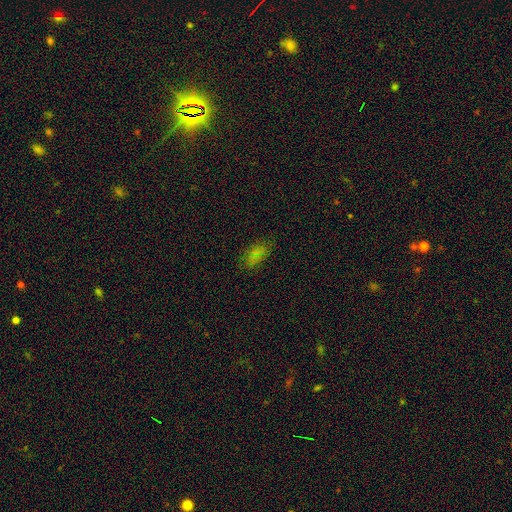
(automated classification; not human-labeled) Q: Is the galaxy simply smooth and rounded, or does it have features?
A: smooth — 70%.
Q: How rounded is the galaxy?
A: in between — 88%.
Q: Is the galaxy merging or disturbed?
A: none — 73%.